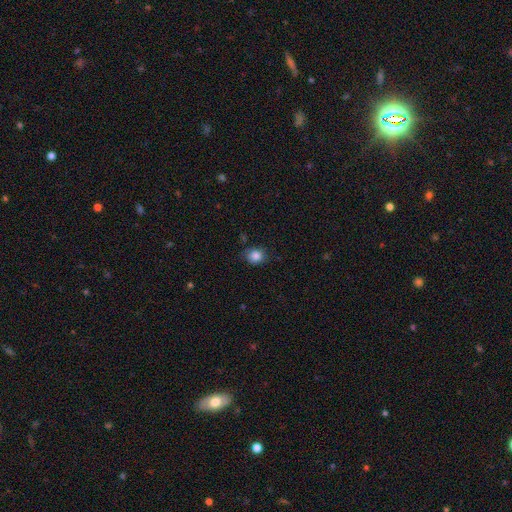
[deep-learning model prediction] smooth-or-featured: smooth: 82% | star or artifact: 10% | featured or disk: 8%
  how-rounded: round: 63% | in between: 36% | cigar-shaped: 1%
  merging: none: 72% | minor disturbance: 22% | major disturbance: 5% | merger: 2%